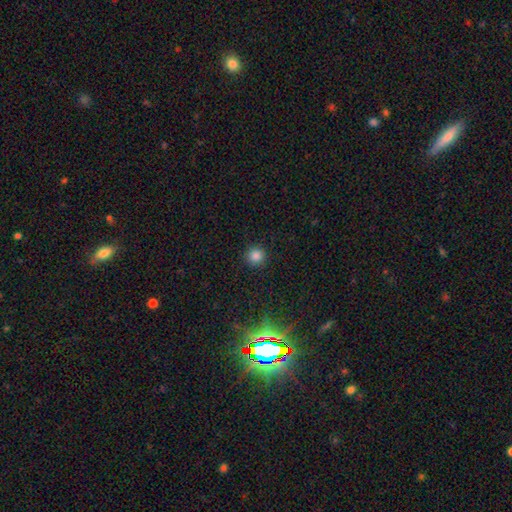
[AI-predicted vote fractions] The model was most divided on "smooth or featured": smooth: 83%, star or artifact: 13%, featured or disk: 4%. More confident: how rounded — round (94%); merging — none (91%).